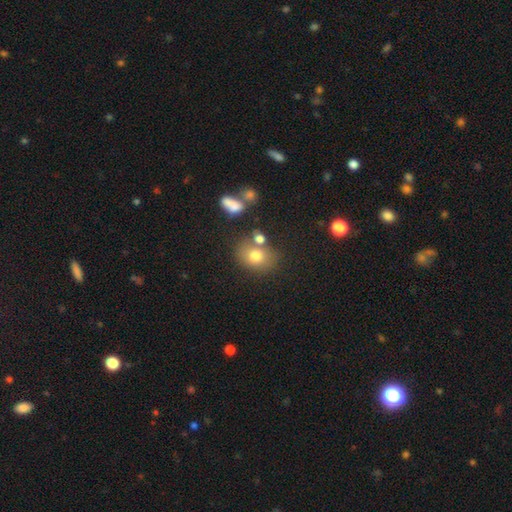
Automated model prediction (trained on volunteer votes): This appears to be a smooth galaxy with no disk features (74%) that is round (49%, tied with in between). Merging: none (58%).